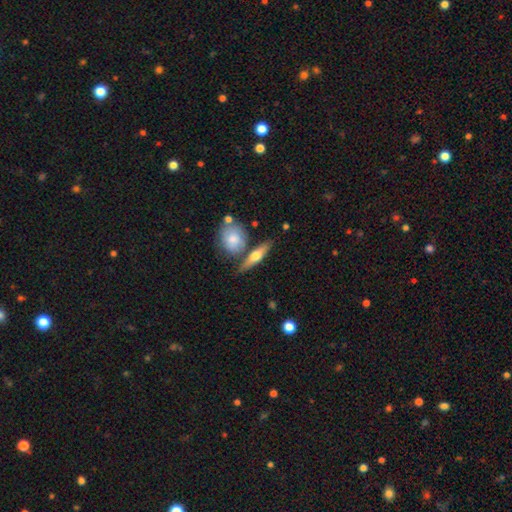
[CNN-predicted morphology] featured or disk 49%, smooth 45%, star or artifact 6%. Down the decision tree: merging — none (69%).